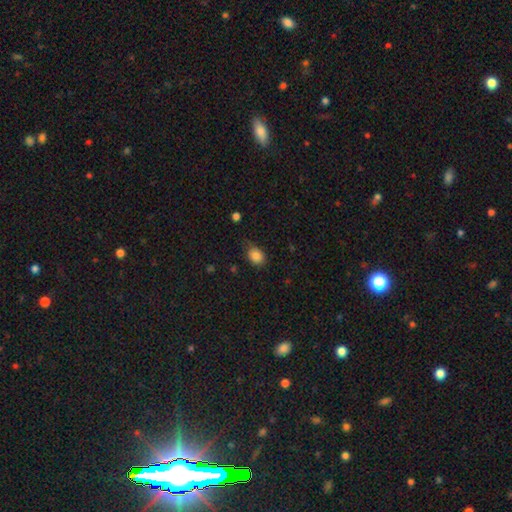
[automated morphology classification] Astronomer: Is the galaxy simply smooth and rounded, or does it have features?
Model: smooth — 86%.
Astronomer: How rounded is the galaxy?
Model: in between — 67%.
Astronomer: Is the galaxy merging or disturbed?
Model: none — 67%.